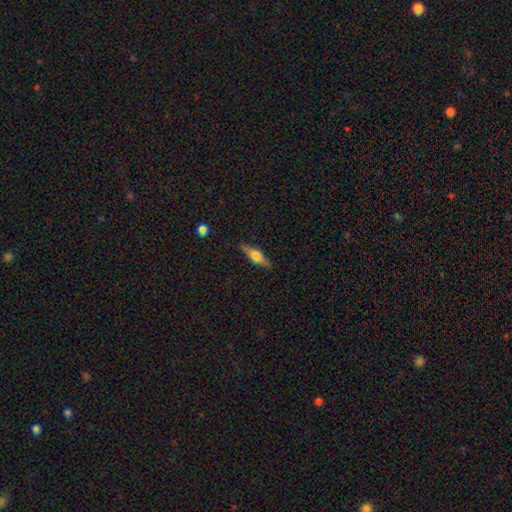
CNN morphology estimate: Smooth or featured? featured or disk (49%)
Merging? none (85%)